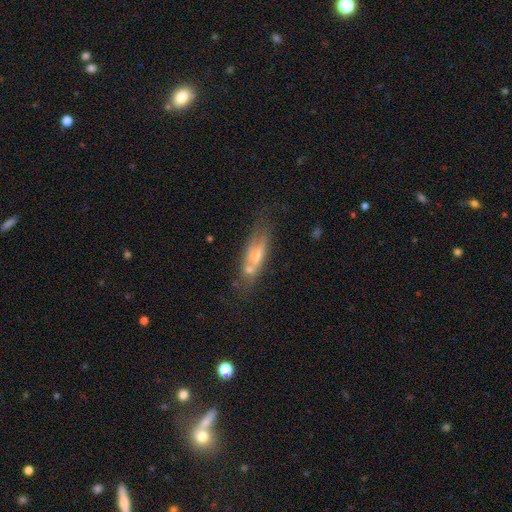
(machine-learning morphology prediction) A featured or disk galaxy (56%) viewed edge-on (59%). Merging: none (53%).